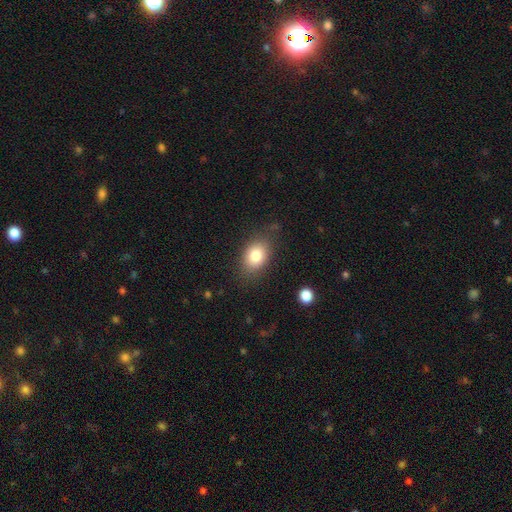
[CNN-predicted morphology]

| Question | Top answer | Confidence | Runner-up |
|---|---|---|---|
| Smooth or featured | smooth | 82% | featured or disk (10%) |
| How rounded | in between | 78% | round (21%) |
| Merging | none | 77% | minor disturbance (16%) |